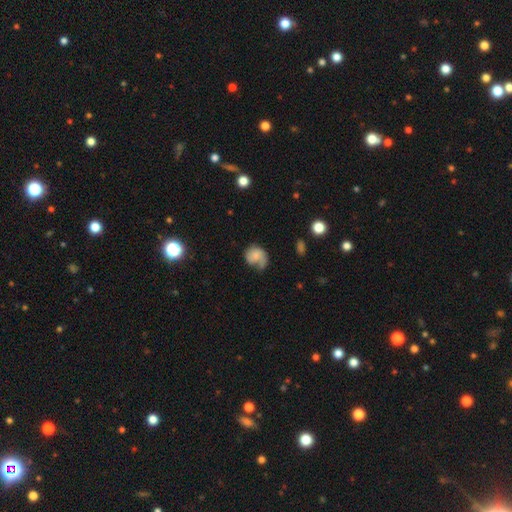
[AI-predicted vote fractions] Smooth or featured?
  - smooth: 53% *
  - featured or disk: 38%
  - star or artifact: 9%
How rounded?
  - round: 59% *
  - in between: 40%
  - cigar-shaped: 1%
Merging?
  - none: 35% *
  - major disturbance: 31%
  - minor disturbance: 29%
  - merger: 4%